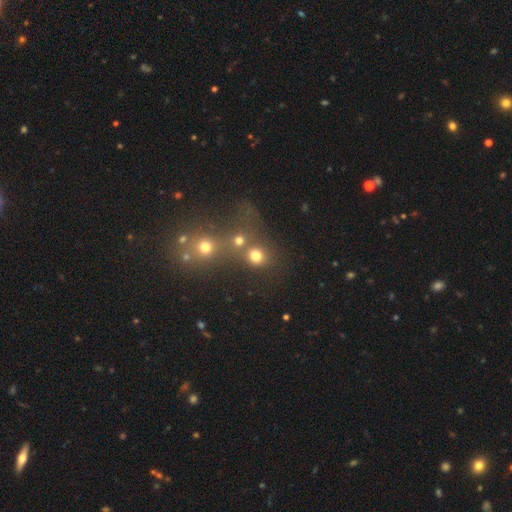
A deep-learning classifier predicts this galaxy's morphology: Smooth or featured?
  - smooth: 75% *
  - star or artifact: 17%
  - featured or disk: 8%
How rounded?
  - round: 87% *
  - in between: 12%
  - cigar-shaped: 1%
Merging?
  - none: 54% *
  - merger: 34%
  - minor disturbance: 7%
  - major disturbance: 6%